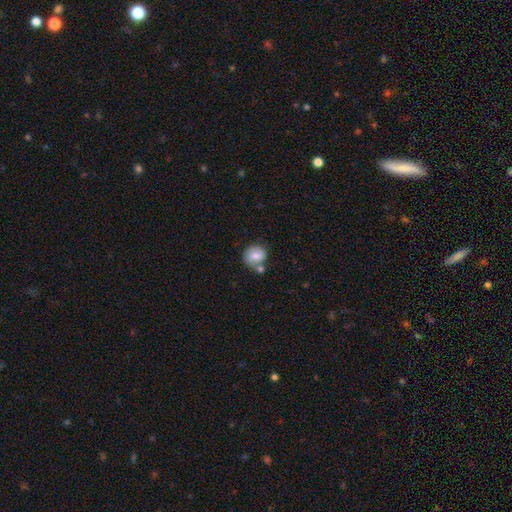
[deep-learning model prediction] smooth-or-featured: smooth: 74% | featured or disk: 19% | star or artifact: 8%
  how-rounded: round: 82% | in between: 17% | cigar-shaped: 1%
  merging: none: 52% | merger: 27% | minor disturbance: 16% | major disturbance: 5%